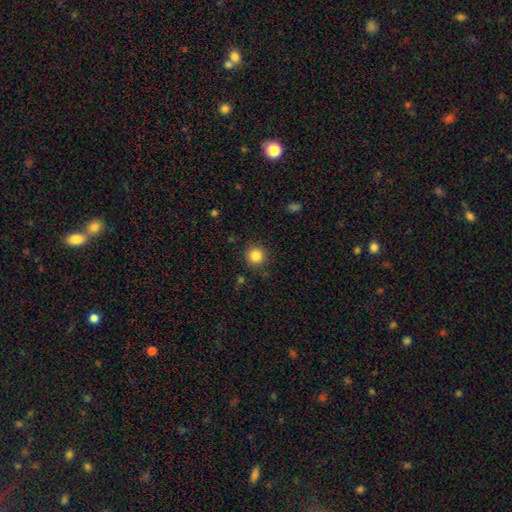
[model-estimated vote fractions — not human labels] Q: Smooth or featured?
A: smooth (85%); runner-up: star or artifact (11%)
Q: How rounded?
A: round (94%); runner-up: in between (5%)
Q: Merging?
A: none (89%); runner-up: minor disturbance (7%)